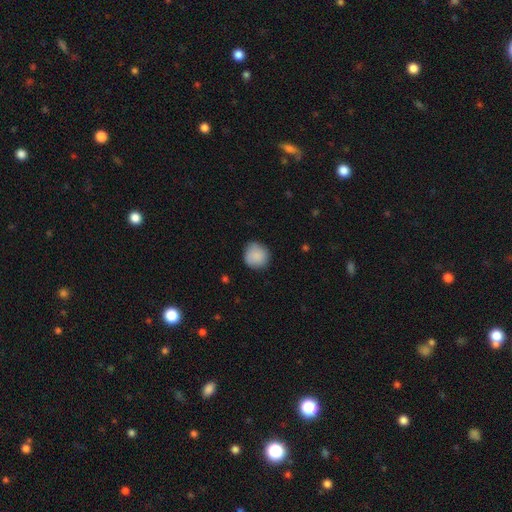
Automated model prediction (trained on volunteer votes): smooth 89%, star or artifact 7%, featured or disk 4%. Down the decision tree: how rounded — round (92%); merging — none (86%).